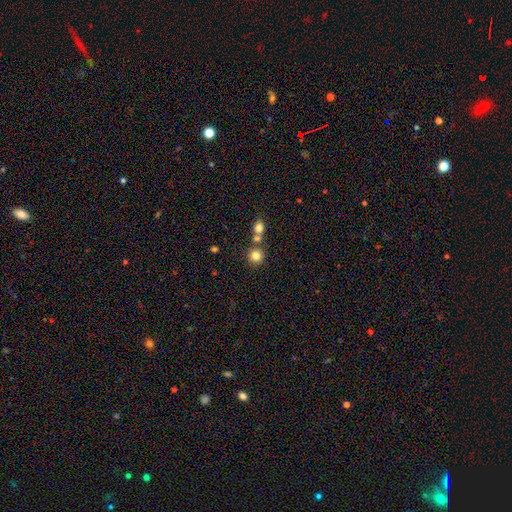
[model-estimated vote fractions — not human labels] smooth 80%, star or artifact 12%, featured or disk 8%. Down the decision tree: how rounded — round (90%); merging — none (64%).